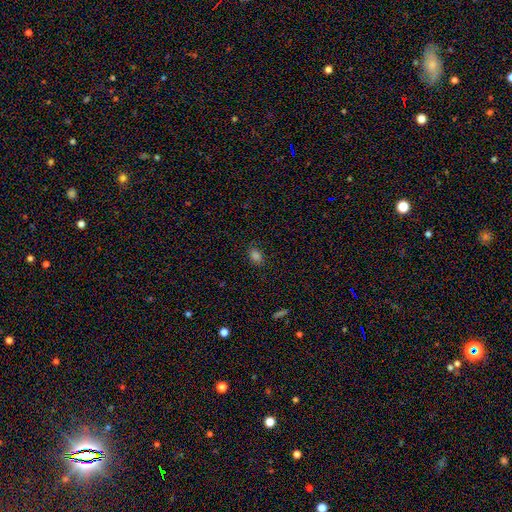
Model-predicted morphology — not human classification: Smooth or featured: smooth — 81% (star or artifact — 15%)
How rounded: in between — 73% (round — 26%)
Merging: none — 85% (minor disturbance — 11%)